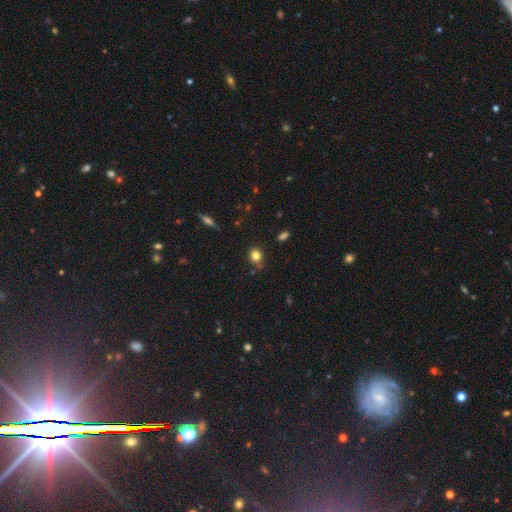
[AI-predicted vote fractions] A smooth galaxy with no disk features (80%) that is round (68%).

Vote fractions:
- Smooth or featured? smooth: 80% / star or artifact: 13% / featured or disk: 8%
- How rounded? round: 68% / in between: 30% / cigar-shaped: 1%
- Merging? none: 75% / minor disturbance: 15% / merger: 7% / major disturbance: 3%